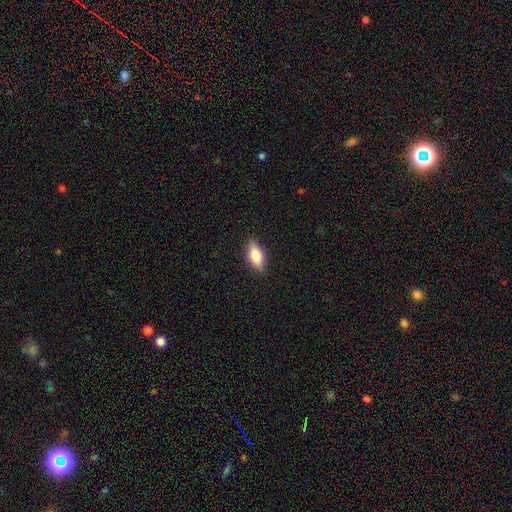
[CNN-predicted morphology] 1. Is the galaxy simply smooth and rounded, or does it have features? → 74% smooth, 19% featured or disk, 7% star or artifact.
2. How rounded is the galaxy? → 84% in between, 11% cigar-shaped, 5% round.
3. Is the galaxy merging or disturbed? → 87% none, 10% minor disturbance, 2% major disturbance, 1% merger.